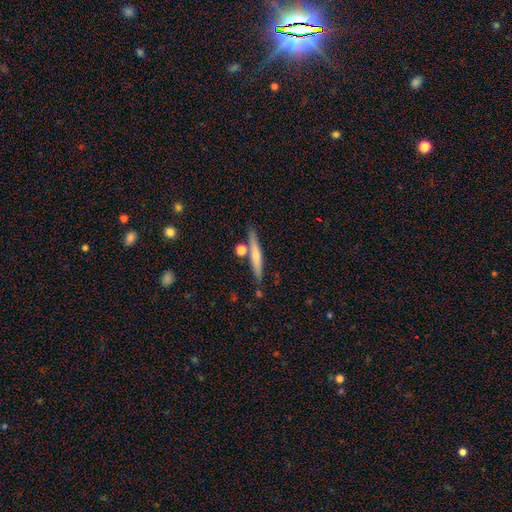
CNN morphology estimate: smooth_or_featured: smooth (p=0.54) [alt: featured or disk p=0.39]
how_rounded: cigar-shaped (p=0.92) [alt: in between p=0.06]
merging: none (p=0.77) [alt: minor disturbance p=0.11]